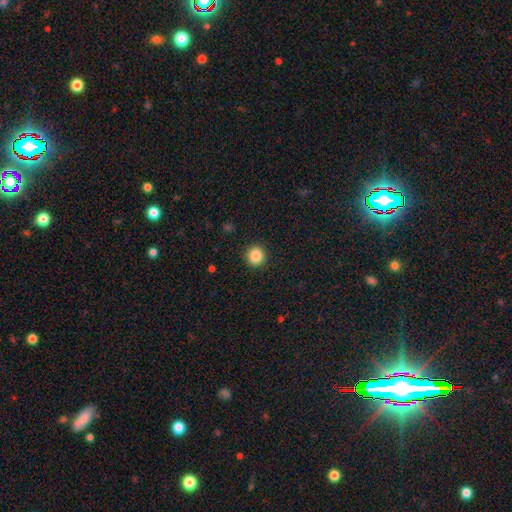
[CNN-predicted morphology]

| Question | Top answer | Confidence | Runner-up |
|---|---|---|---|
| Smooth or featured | smooth | 87% | star or artifact (10%) |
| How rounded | round | 92% | in between (7%) |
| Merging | none | 92% | minor disturbance (5%) |